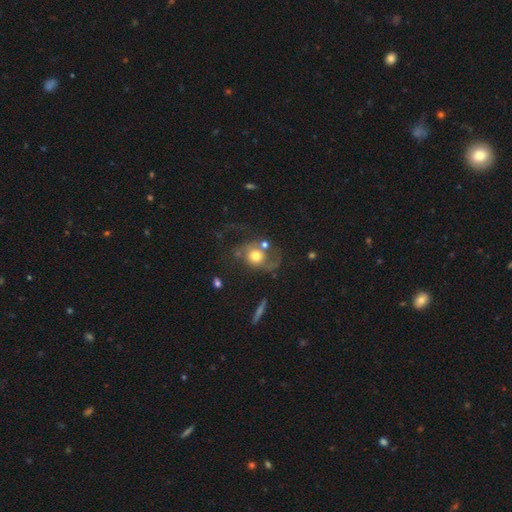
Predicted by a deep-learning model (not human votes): Smooth or featured? Predicted: smooth (p=0.48). Merging? Predicted: none (p=0.41).